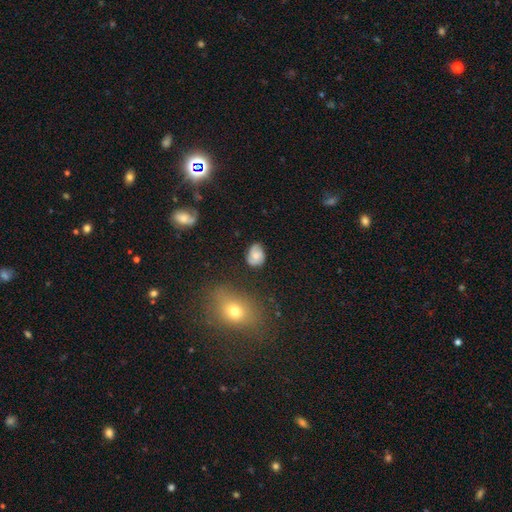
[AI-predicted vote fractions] This appears to be a smooth galaxy with no disk features (61%) that is in between round and cigar-shaped (59%). Merging: none (68%).